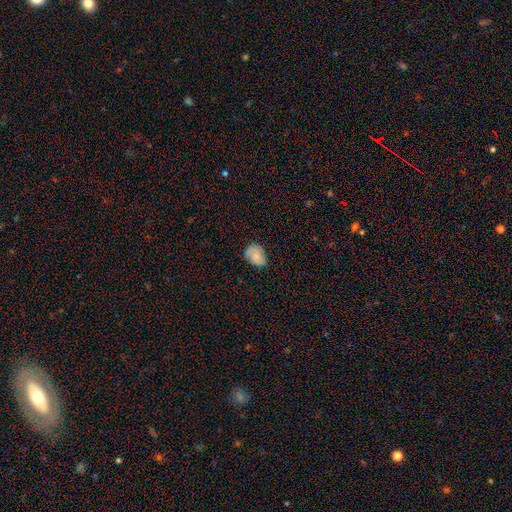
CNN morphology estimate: smooth 78%, featured or disk 13%, star or artifact 8%. Down the decision tree: how rounded — in between (68%); merging — none (61%).